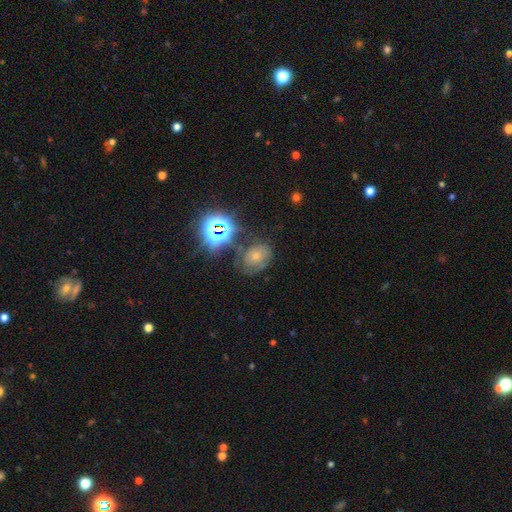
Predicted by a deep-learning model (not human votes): Smooth or featured: smooth — 47% (featured or disk — 27%)
Merging: none — 56% (minor disturbance — 25%)